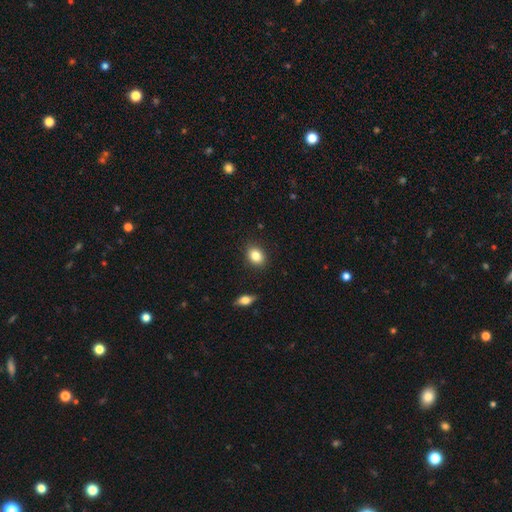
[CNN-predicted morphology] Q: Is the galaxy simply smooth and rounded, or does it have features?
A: smooth — 84%.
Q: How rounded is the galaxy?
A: in between — 60%.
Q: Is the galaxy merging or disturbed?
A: none — 88%.